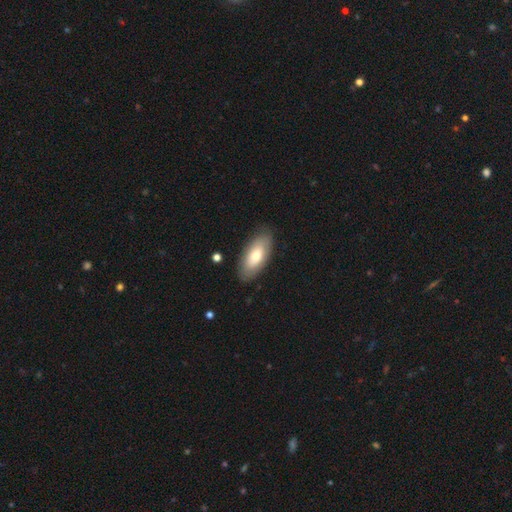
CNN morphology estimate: A smooth galaxy with no disk features (68%) that is in between round and cigar-shaped (89%). Merging: none (85%).